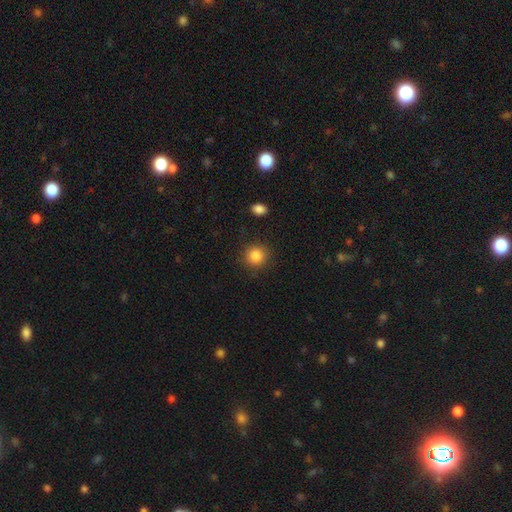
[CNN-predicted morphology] A smooth galaxy with no disk features (86%) that is round (90%). Merging: none (88%).